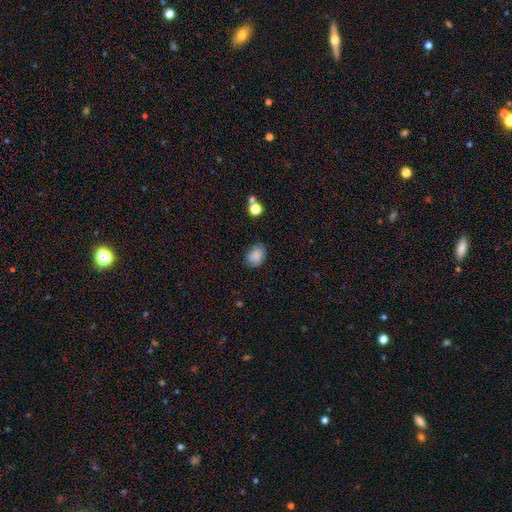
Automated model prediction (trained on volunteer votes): This appears to be a smooth galaxy with no disk features (84%) that is in between round and cigar-shaped (63%). Merging: none (70%).